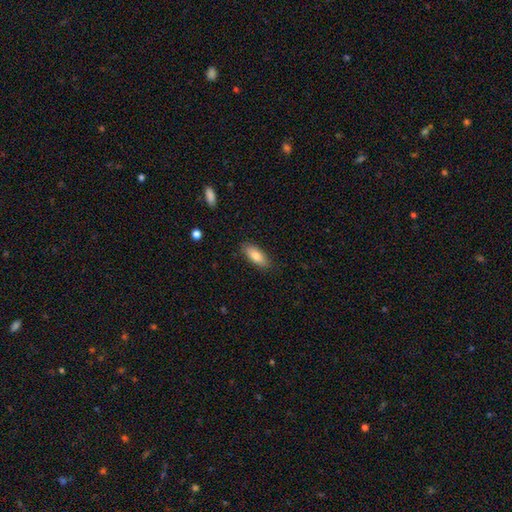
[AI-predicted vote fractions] This is clearly a smooth galaxy (81%). How rounded: likely in between (78%). Merging: clearly none (86%).